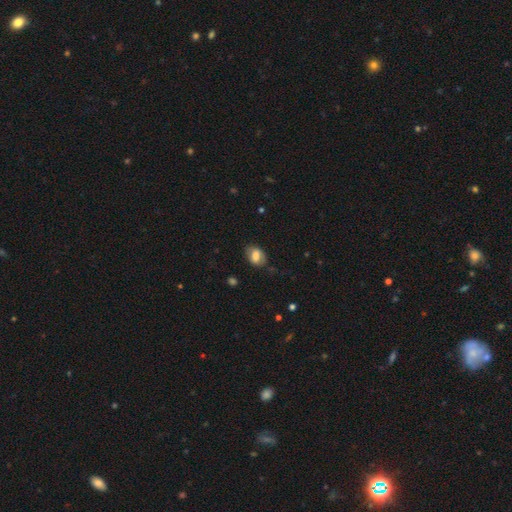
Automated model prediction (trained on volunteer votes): This is likely a smooth galaxy (69%). How rounded: likely in between (78%). Merging: likely none (70%).